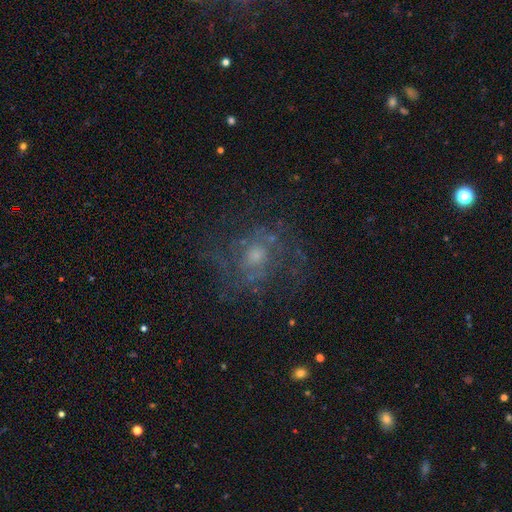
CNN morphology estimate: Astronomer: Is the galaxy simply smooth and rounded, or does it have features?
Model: featured or disk — 65%.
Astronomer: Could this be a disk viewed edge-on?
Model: no — 97%.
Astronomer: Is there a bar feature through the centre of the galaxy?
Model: no — 75%.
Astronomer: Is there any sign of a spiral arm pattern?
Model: yes — 74%.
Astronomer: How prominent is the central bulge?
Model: moderate — 47% (runner-up: small, 39%).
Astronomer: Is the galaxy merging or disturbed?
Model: none — 66%.